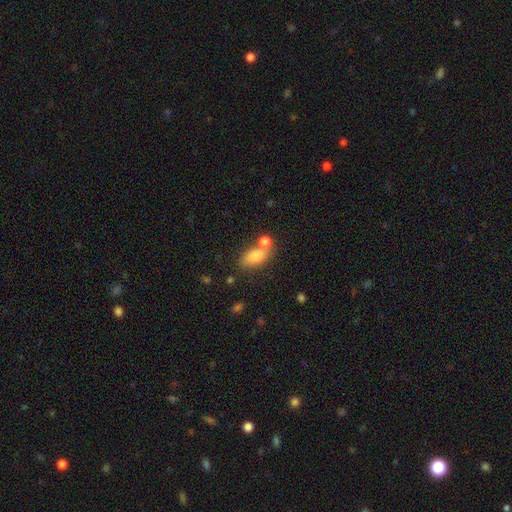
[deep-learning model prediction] The model was most divided on "merging": none: 52%, merger: 26%, minor disturbance: 15%, major disturbance: 7%. More confident: how rounded — in between (84%); smooth or featured — smooth (82%).